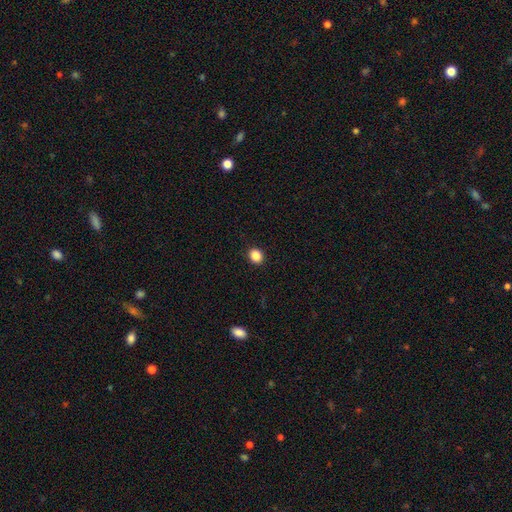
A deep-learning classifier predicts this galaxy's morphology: A smooth galaxy with no disk features (87%) that is round (64%).

Vote fractions:
- Smooth or featured? smooth: 87% / star or artifact: 10% / featured or disk: 3%
- How rounded? round: 64% / in between: 35% / cigar-shaped: 1%
- Merging? none: 92% / minor disturbance: 6% / major disturbance: 2% / merger: 1%